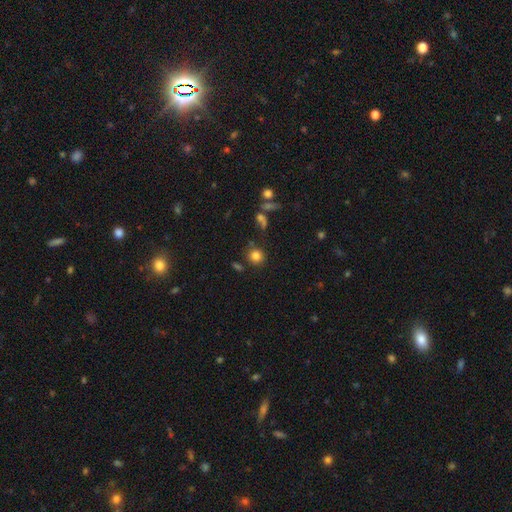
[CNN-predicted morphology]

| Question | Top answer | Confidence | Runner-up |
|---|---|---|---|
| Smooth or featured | smooth | 81% | star or artifact (13%) |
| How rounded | round | 88% | in between (11%) |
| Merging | none | 79% | minor disturbance (10%) |